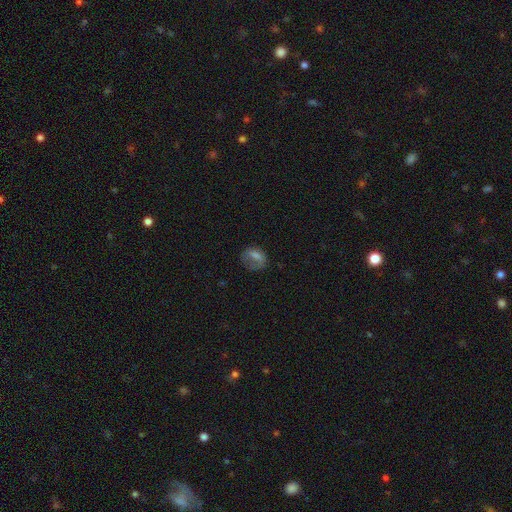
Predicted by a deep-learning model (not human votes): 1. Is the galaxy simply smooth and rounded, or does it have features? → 58% smooth, 27% featured or disk, 15% star or artifact.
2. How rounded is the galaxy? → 51% in between, 47% round, 2% cigar-shaped.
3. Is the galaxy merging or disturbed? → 48% none, 26% minor disturbance, 24% major disturbance, 2% merger.